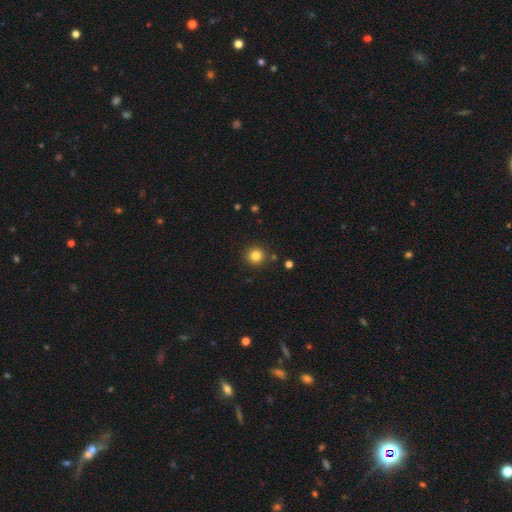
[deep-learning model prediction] Smooth or featured? smooth (82%)
How rounded? round (94%)
Merging? none (89%)